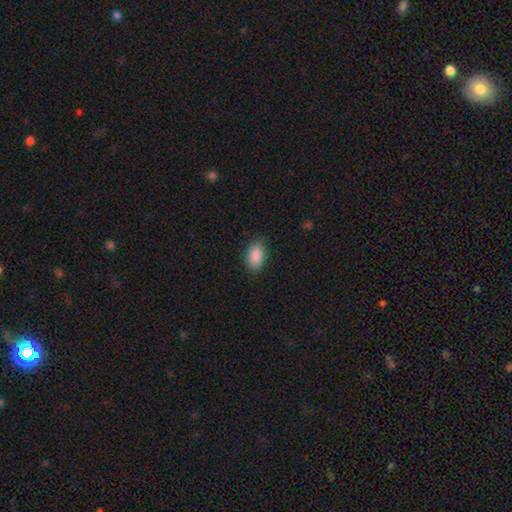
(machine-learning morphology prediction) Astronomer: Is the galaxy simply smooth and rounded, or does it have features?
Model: smooth — 90%.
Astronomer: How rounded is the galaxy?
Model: in between — 92%.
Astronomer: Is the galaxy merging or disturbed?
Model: none — 85%.